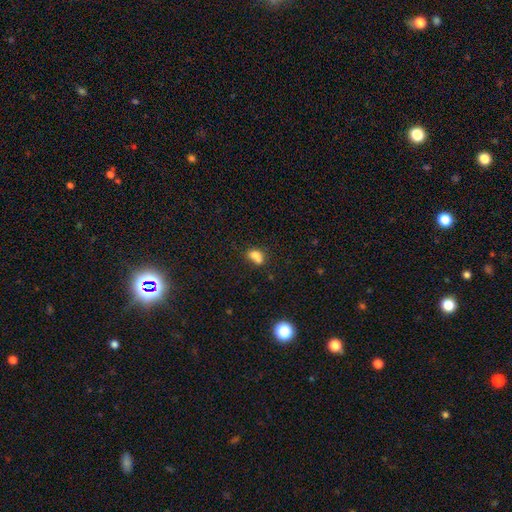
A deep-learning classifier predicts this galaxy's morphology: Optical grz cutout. It shows a smooth galaxy with no disk features (73%) that is in between round and cigar-shaped (53%). Merging: merger (48%).